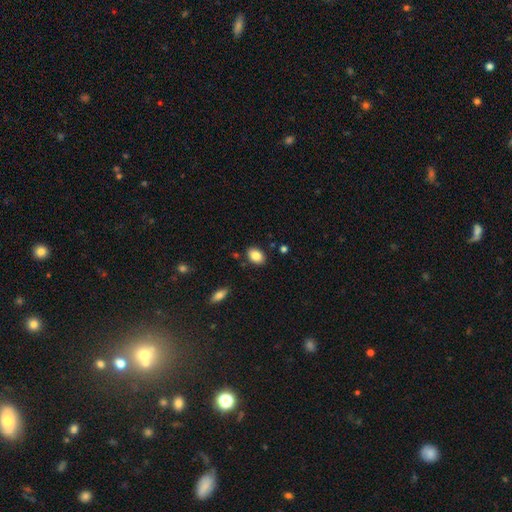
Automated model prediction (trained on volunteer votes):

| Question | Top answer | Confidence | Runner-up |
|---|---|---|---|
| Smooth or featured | smooth | 85% | star or artifact (8%) |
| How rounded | in between | 85% | round (14%) |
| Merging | none | 86% | minor disturbance (9%) |